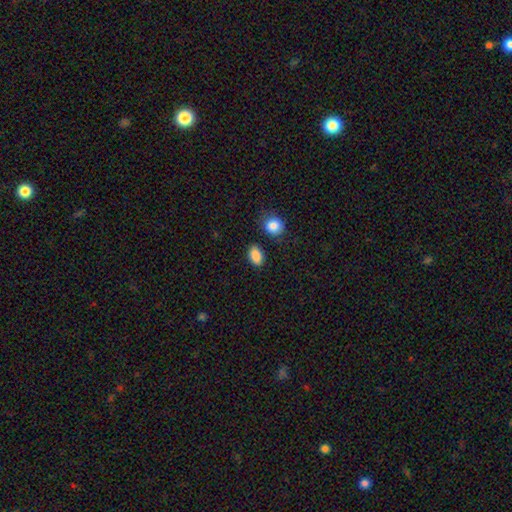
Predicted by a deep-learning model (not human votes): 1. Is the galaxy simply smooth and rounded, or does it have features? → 88% smooth, 8% star or artifact, 4% featured or disk.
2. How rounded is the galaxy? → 85% in between, 13% round, 2% cigar-shaped.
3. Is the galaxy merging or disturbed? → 83% none, 10% minor disturbance, 4% merger, 3% major disturbance.